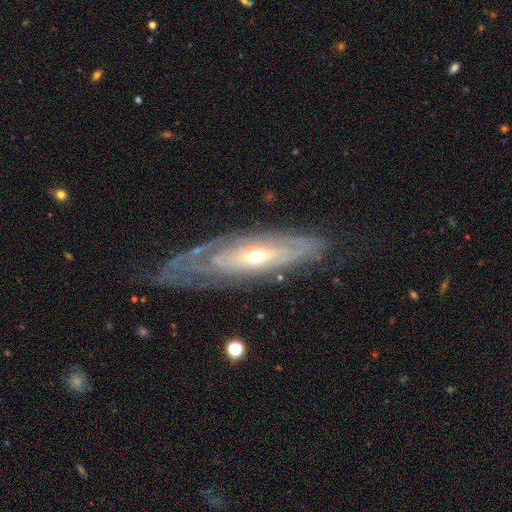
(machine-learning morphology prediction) Smooth or featured? featured or disk (80%)
Edge-on disk? no (74%)
Bar? no (68%)
Spiral arms? yes (75%)
Bulge size? moderate (52%)
Merging? none (60%)